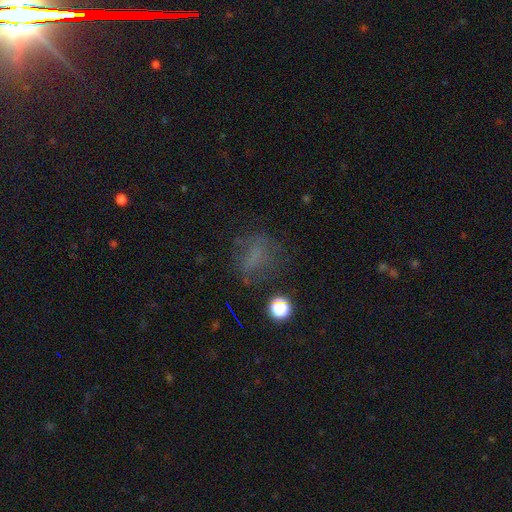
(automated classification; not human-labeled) Smooth or featured?
  - smooth: 52% *
  - star or artifact: 26%
  - featured or disk: 23%
How rounded?
  - round: 50% *
  - in between: 46%
  - cigar-shaped: 4%
Merging?
  - none: 57% *
  - major disturbance: 20%
  - minor disturbance: 19%
  - merger: 3%